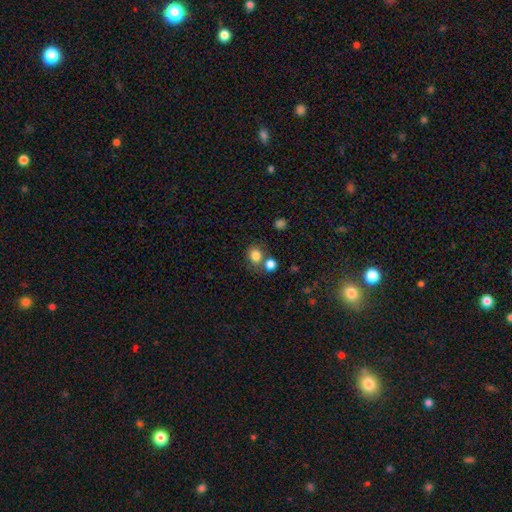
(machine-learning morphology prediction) Q: Smooth or featured?
A: smooth (82%); runner-up: star or artifact (12%)
Q: How rounded?
A: round (67%); runner-up: in between (32%)
Q: Merging?
A: none (64%); runner-up: merger (21%)